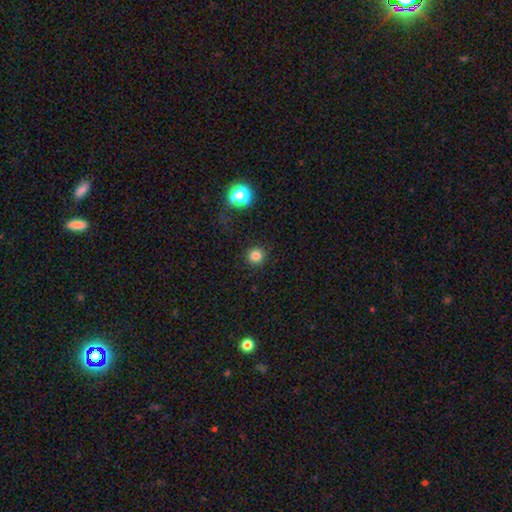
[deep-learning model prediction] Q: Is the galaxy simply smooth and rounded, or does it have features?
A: smooth — 82%.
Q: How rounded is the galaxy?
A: round — 94%.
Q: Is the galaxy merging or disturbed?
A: none — 90%.